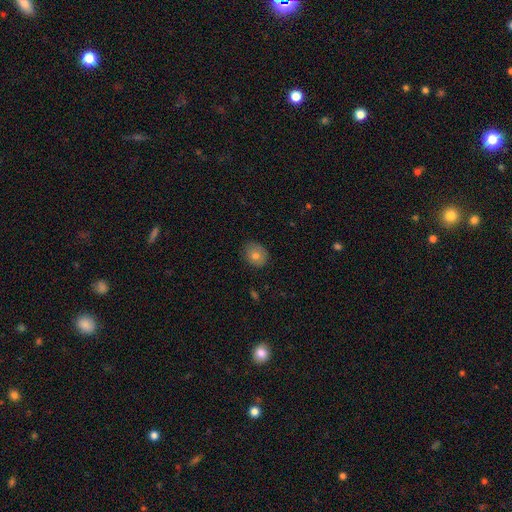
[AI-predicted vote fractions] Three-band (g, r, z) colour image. It shows a smooth galaxy with no disk features (75%) that is round (62%). Merging: none (81%).